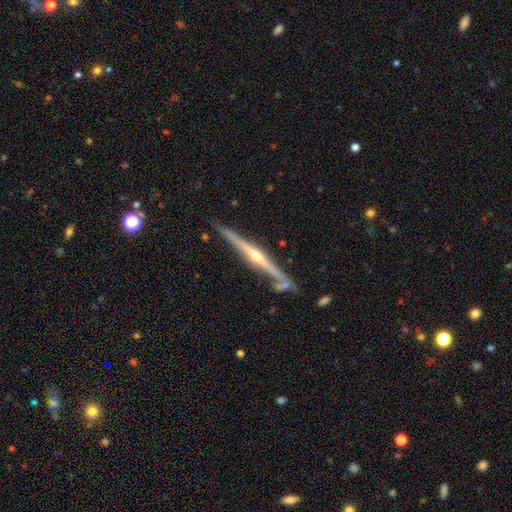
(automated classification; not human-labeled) featured or disk 83%, smooth 11%, star or artifact 5%. Down the decision tree: edge-on disk — yes (98%); edge-on bulge — rounded (81%); merging — none (80%).